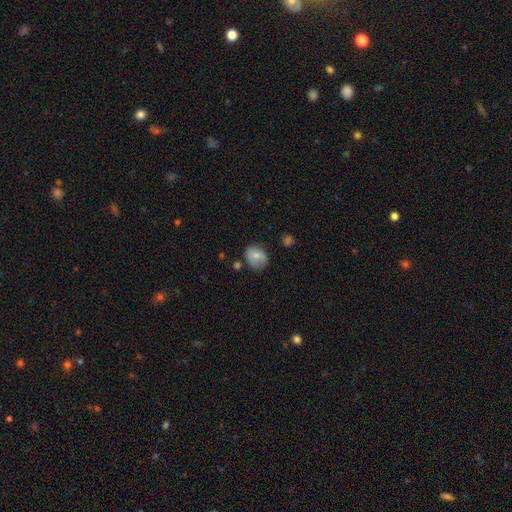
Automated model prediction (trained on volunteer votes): This is likely a smooth galaxy (71%). How rounded: possibly round (51%). Merging: likely none (63%).